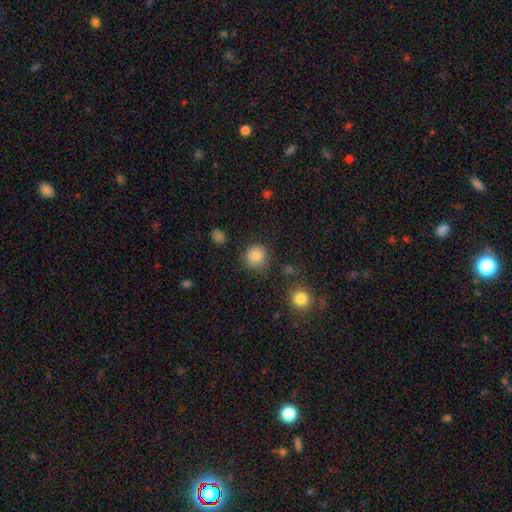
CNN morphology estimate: The model was most divided on "smooth or featured": smooth: 84%, star or artifact: 10%, featured or disk: 5%. More confident: how rounded — round (93%); merging — none (85%).